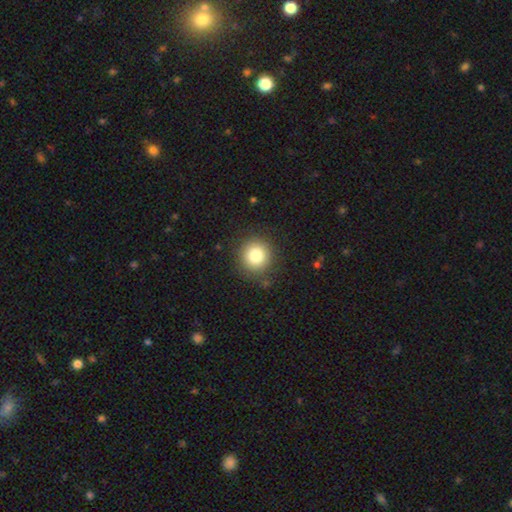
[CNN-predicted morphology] This is clearly a smooth galaxy (82%). How rounded: clearly round (93%). Merging: clearly none (88%).